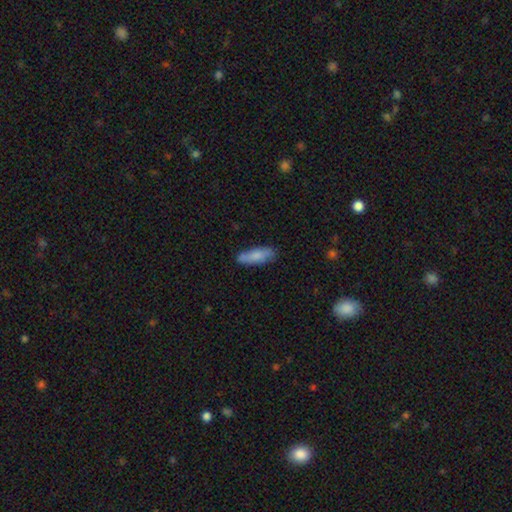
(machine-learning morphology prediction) Overall: smooth (78%). How rounded: in between (49%, tied with cigar-shaped). Merging: none (77%).